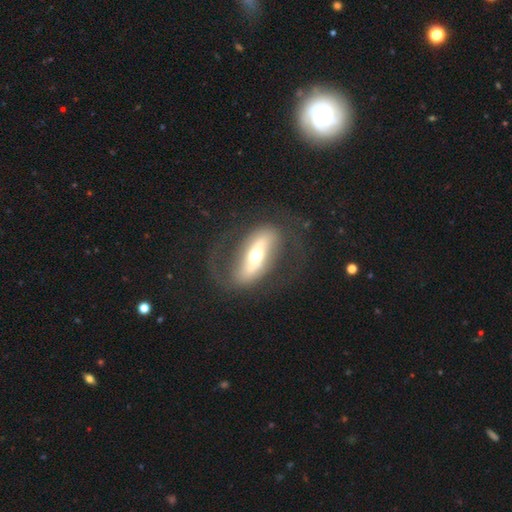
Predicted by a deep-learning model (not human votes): Smooth or featured?
  - featured or disk: 76% *
  - smooth: 19%
  - star or artifact: 5%
Edge-on disk?
  - no: 83% *
  - yes: 17%
Bar?
  - strong: 66% *
  - no: 17%
  - weak: 17%
Spiral arms?
  - yes: 65% *
  - no: 35%
Bulge size?
  - moderate: 69% *
  - small: 14%
  - large: 14%
  - dominant: 3%
  - none: 1%
Merging?
  - none: 70% *
  - major disturbance: 15%
  - minor disturbance: 13%
  - merger: 2%